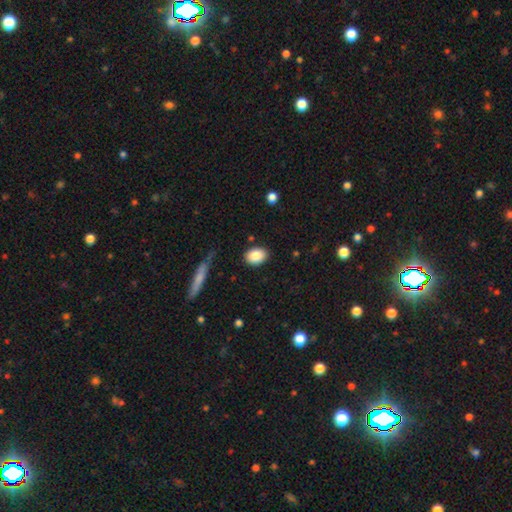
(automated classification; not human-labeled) smooth 86%, star or artifact 7%, featured or disk 7%. Down the decision tree: how rounded — in between (75%); merging — none (86%).